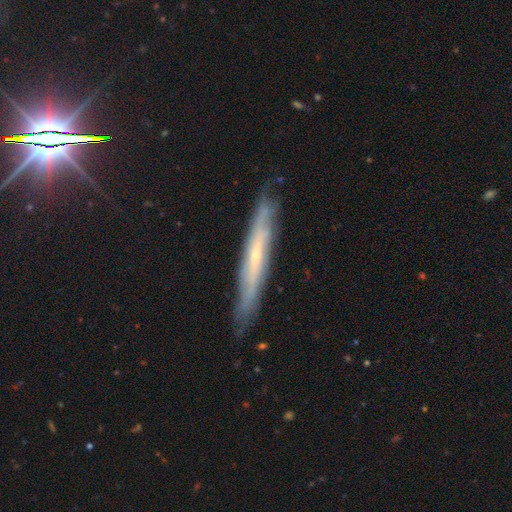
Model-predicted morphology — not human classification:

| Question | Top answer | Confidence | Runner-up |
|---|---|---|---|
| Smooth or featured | featured or disk | 67% | smooth (25%) |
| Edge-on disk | yes | 73% | no (27%) |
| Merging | none | 81% | minor disturbance (15%) |